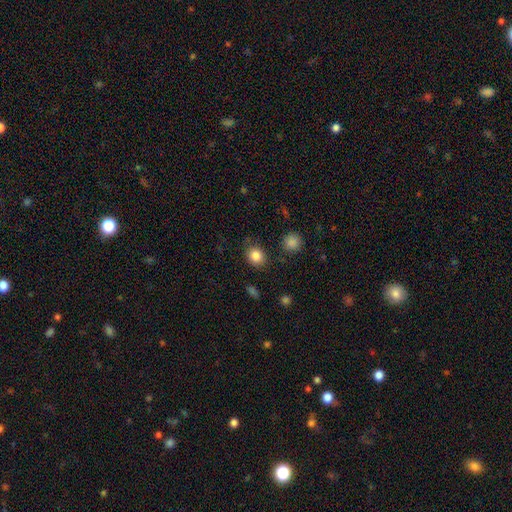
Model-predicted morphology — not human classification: Overall: smooth (85%). How rounded: round (66%; in between 33%). Merging: none (82%).